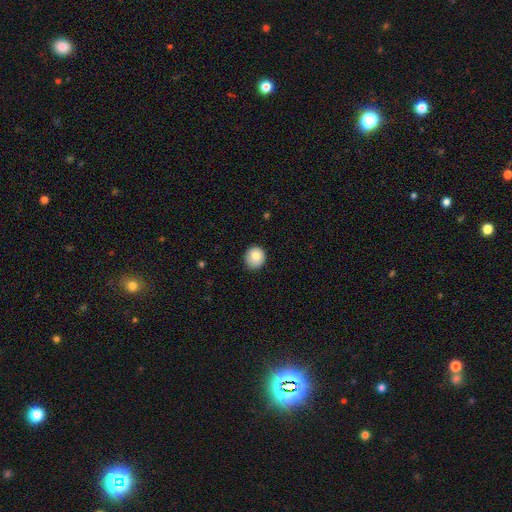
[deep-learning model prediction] Overall: smooth (79%). How rounded: round (89%). Merging: none (83%).